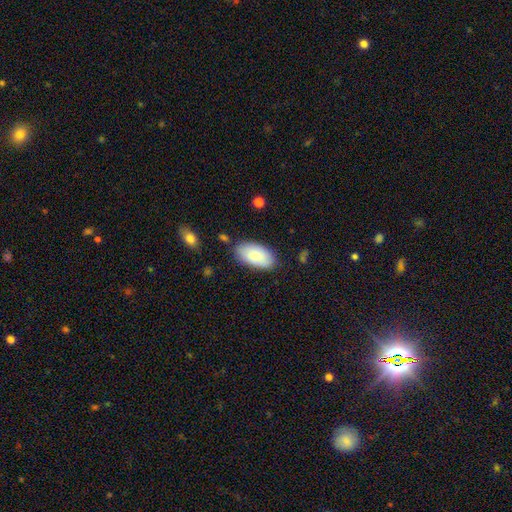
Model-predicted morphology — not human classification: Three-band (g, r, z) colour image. It shows a smooth galaxy with no disk features (83%) that is in between round and cigar-shaped (95%). Merging: none (80%).